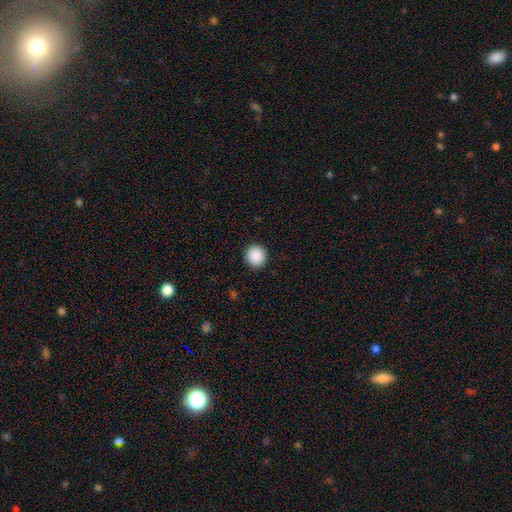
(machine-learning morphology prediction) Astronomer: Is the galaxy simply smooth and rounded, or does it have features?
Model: smooth — 90%.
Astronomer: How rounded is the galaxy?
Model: round — 91%.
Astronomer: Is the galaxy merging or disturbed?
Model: none — 92%.